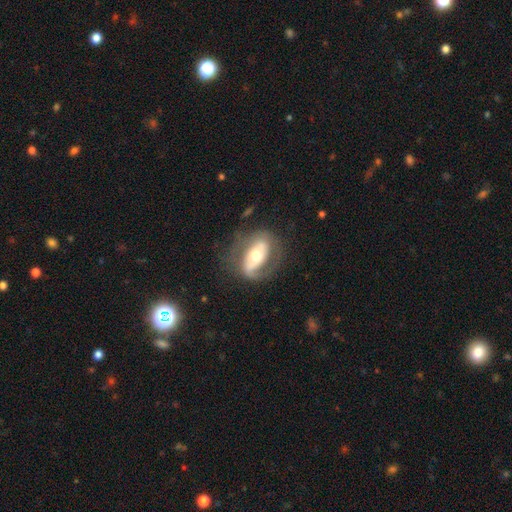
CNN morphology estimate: Smooth or featured? Predicted: featured or disk (p=0.70). Edge-on disk? Predicted: no (p=0.92). Bar? Predicted: strong (p=0.41). Spiral arms? Predicted: yes (p=0.66). Bulge size? Predicted: moderate (p=0.67). Merging? Predicted: none (p=0.61).